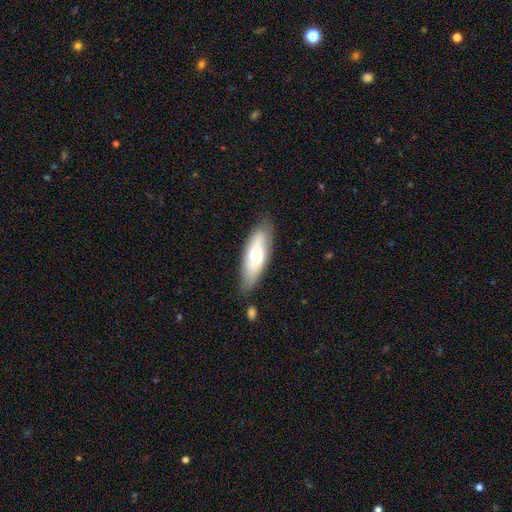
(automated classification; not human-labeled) Q: Smooth or featured?
A: smooth (54%); runner-up: featured or disk (40%)
Q: How rounded?
A: in between (56%); runner-up: cigar-shaped (42%)
Q: Merging?
A: none (70%); runner-up: minor disturbance (21%)